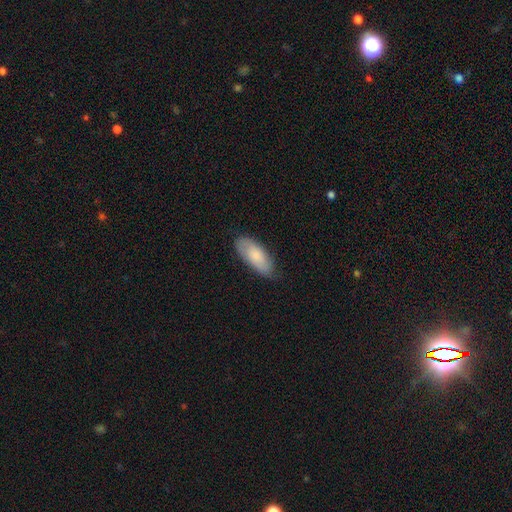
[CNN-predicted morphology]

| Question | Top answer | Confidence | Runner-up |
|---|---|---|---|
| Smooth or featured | smooth | 75% | featured or disk (20%) |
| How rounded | in between | 83% | cigar-shaped (15%) |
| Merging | none | 76% | minor disturbance (19%) |